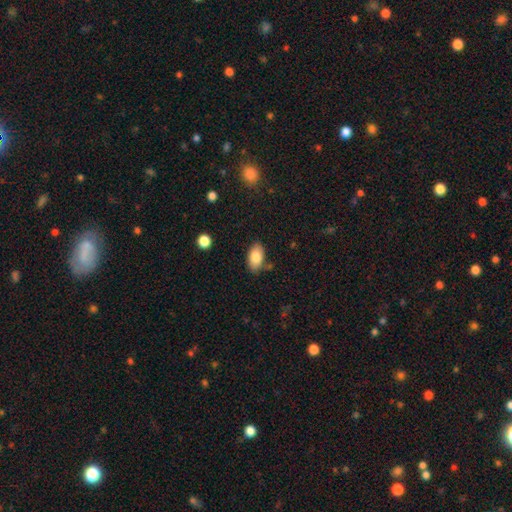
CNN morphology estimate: Smooth or featured?
  - smooth: 83% *
  - featured or disk: 10%
  - star or artifact: 7%
How rounded?
  - in between: 93% *
  - round: 4%
  - cigar-shaped: 2%
Merging?
  - none: 78% *
  - minor disturbance: 15%
  - merger: 4%
  - major disturbance: 3%